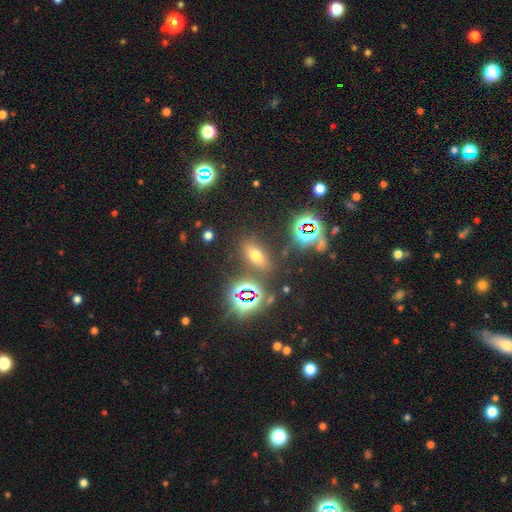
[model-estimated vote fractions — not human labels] This appears to be a smooth galaxy with no disk features (50%). Merging: none (80%).